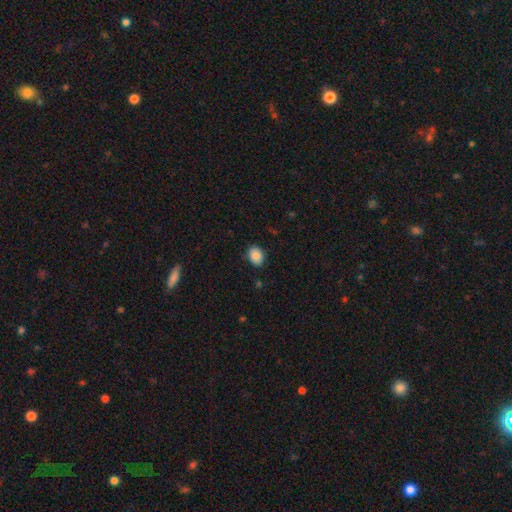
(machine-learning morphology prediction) The model was most divided on "how rounded": in between: 66%, round: 33%, cigar-shaped: 1%. More confident: smooth or featured — smooth (86%); merging — none (84%).